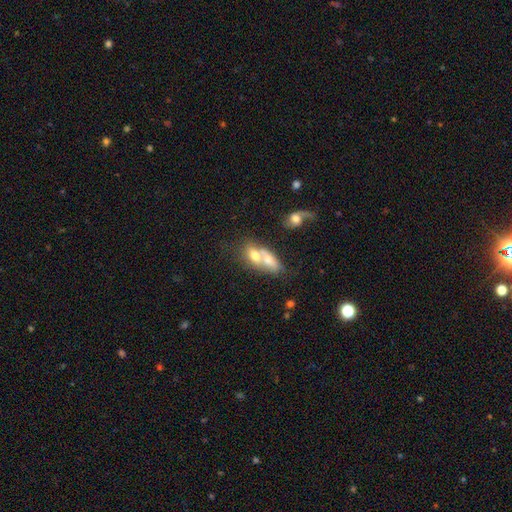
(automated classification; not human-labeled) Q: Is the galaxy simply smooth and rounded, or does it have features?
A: smooth — 53%.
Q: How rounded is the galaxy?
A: in between — 63%.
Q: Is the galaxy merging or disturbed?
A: merger — 68%.